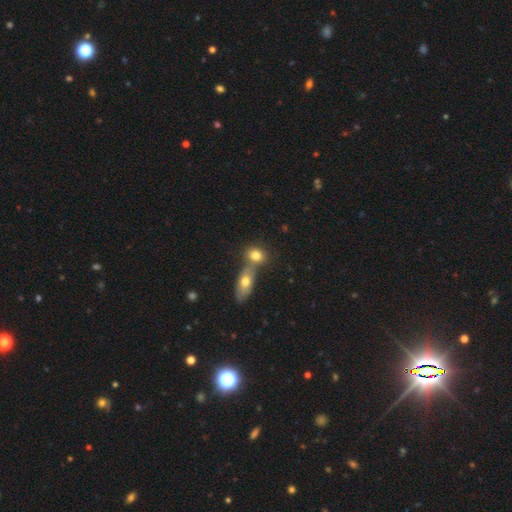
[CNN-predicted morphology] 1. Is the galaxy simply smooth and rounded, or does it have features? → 76% smooth, 15% featured or disk, 9% star or artifact.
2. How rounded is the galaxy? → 59% in between, 36% round, 5% cigar-shaped.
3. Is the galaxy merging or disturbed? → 52% merger, 37% none, 8% minor disturbance, 3% major disturbance.